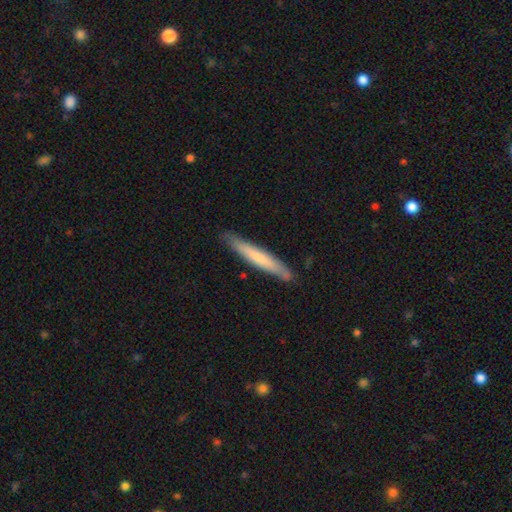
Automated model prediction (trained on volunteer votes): Smooth or featured? Predicted: smooth (p=0.59). How rounded? Predicted: cigar-shaped (p=0.95). Merging? Predicted: none (p=0.88).